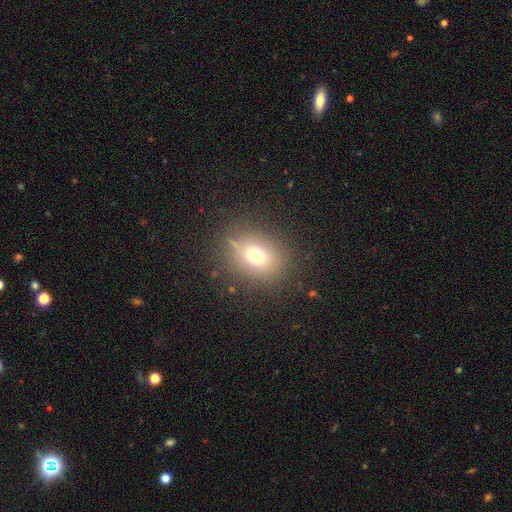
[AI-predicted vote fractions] Smooth or featured?
  - smooth: 68% *
  - star or artifact: 18%
  - featured or disk: 14%
How rounded?
  - round: 56% *
  - in between: 43%
  - cigar-shaped: 1%
Merging?
  - none: 79% *
  - minor disturbance: 13%
  - major disturbance: 6%
  - merger: 2%